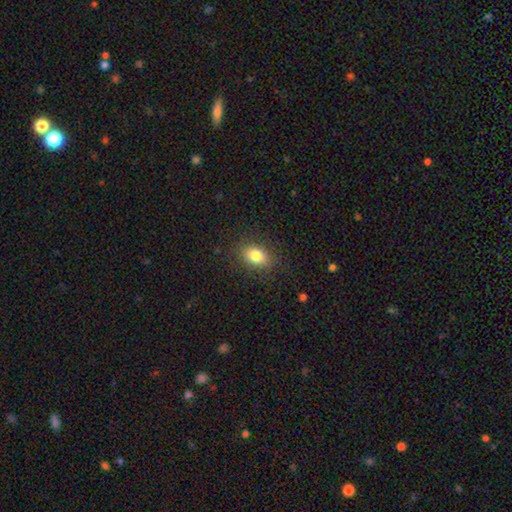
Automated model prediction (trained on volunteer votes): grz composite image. It shows a smooth galaxy with no disk features (82%) that is in between round and cigar-shaped (79%). Merging: none (86%).